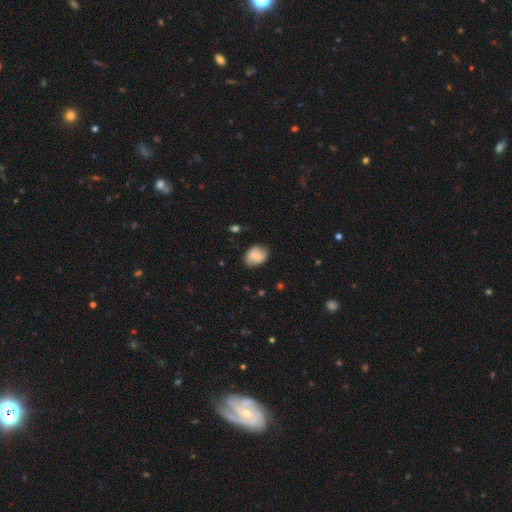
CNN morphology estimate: smooth 73%, featured or disk 20%, star or artifact 8%. Down the decision tree: how rounded — in between (61%); merging — none (74%).